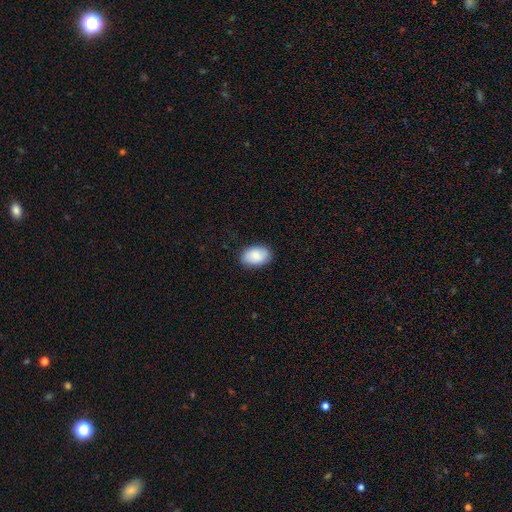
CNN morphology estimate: smooth-or-featured: smooth: 87% | featured or disk: 7% | star or artifact: 6%
  how-rounded: in between: 89% | round: 9% | cigar-shaped: 1%
  merging: none: 86% | minor disturbance: 11% | major disturbance: 2% | merger: 1%